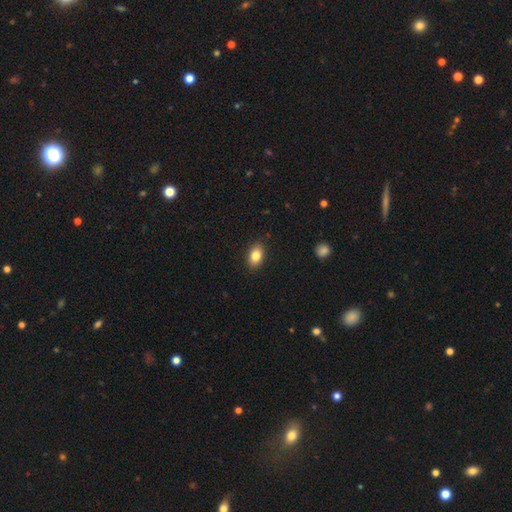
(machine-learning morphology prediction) Smooth or featured? smooth (84%)
How rounded? in between (87%)
Merging? none (88%)